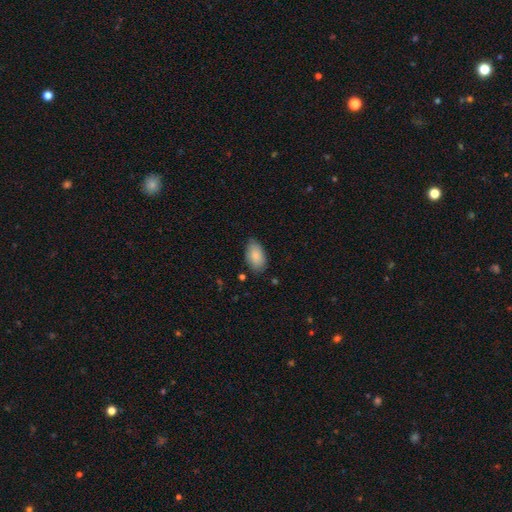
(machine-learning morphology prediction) This is clearly a smooth galaxy (86%). How rounded: clearly in between (94%). Merging: likely none (77%).